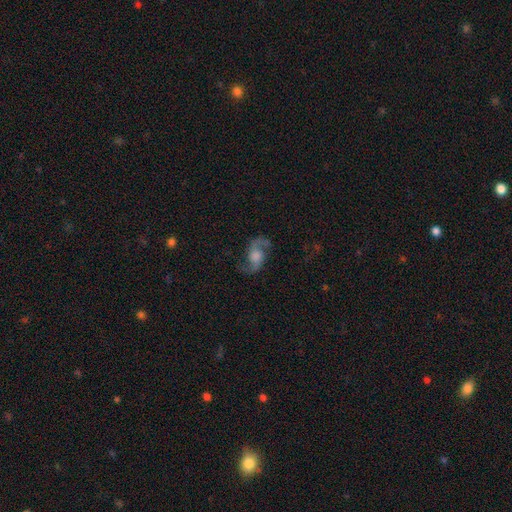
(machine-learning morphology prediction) The model was most divided on "bulge size": large: 35%, moderate: 32%, none: 16%, small: 14%, dominant: 4%. More confident: edge-on disk — no (96%); spiral arms — yes (96%); spiral arm count — 2 (93%); smooth or featured — featured or disk (85%); merging — none (76%); spiral winding — loose (59%); bar — no (59%).